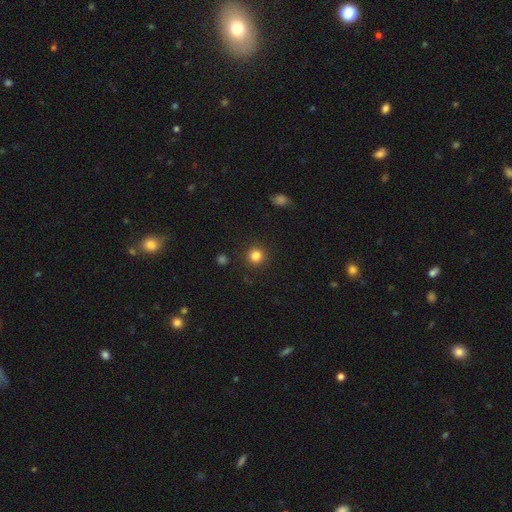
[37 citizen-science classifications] Morphology: type=smooth (95%); roundness=round (94%); merging=none (97%).